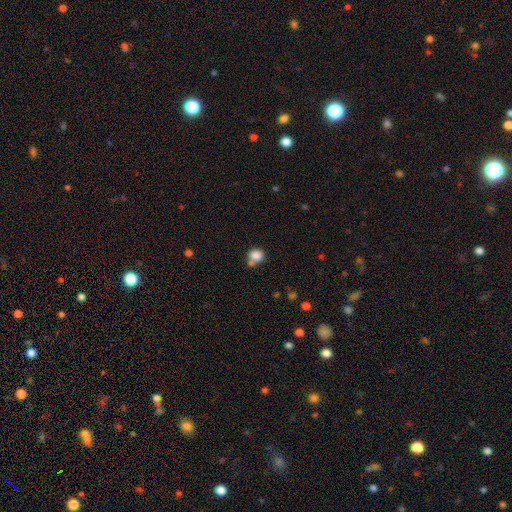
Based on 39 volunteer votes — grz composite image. It shows a smooth galaxy with no disk features (95%) that is round (76%). Merging: none (89%).